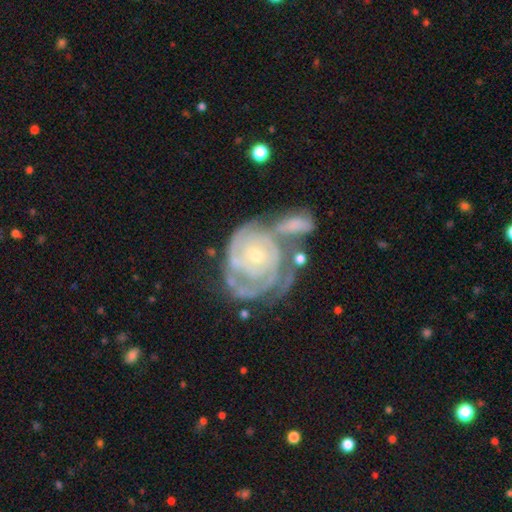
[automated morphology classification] Overall: featured or disk (86%). Edge-on disk: no (97%). Bar: no (70%). Spiral arms: yes (94%). Spiral arm count: can't tell (35%; 2 23%). Spiral winding: tight (73%). Bulge size: small (64%; moderate 32%). Merging: merger (34%; none 29%).